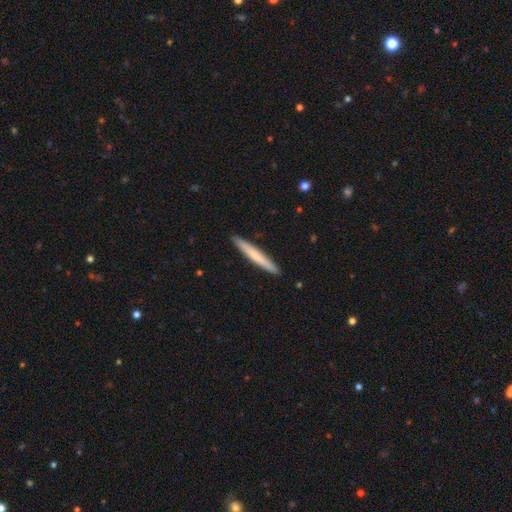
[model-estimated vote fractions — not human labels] Smooth or featured? Predicted: smooth (p=0.66). How rounded? Predicted: cigar-shaped (p=0.97). Merging? Predicted: none (p=0.92).